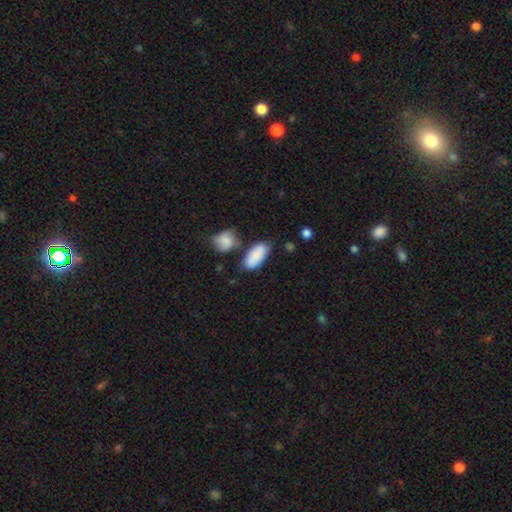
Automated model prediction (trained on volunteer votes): Smooth or featured? smooth (84%)
How rounded? in between (92%)
Merging? none (59%)